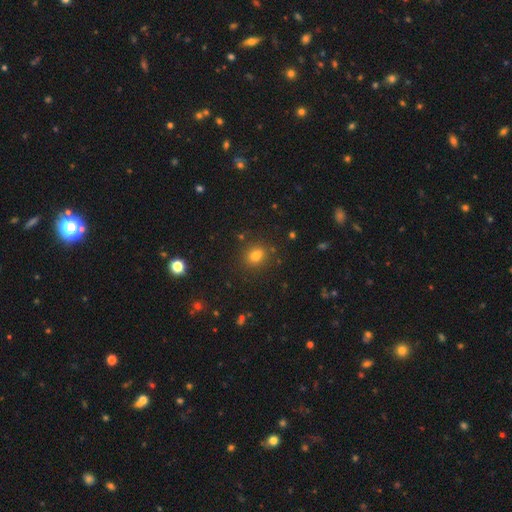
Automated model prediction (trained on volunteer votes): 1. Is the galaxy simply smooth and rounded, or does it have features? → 74% smooth, 17% star or artifact, 9% featured or disk.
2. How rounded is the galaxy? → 67% round, 31% in between, 1% cigar-shaped.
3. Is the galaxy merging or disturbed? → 76% none, 11% minor disturbance, 9% merger, 4% major disturbance.